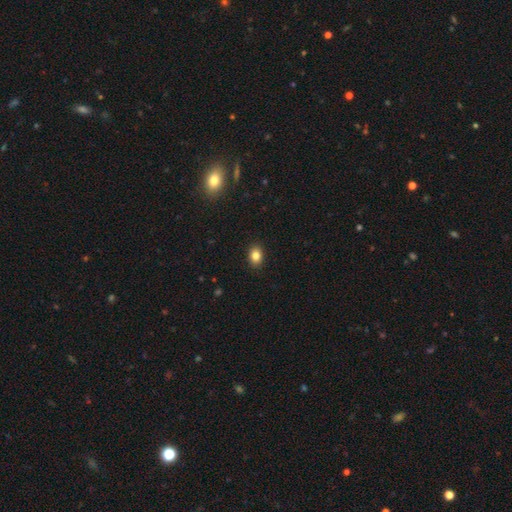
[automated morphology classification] Smooth or featured? Predicted: smooth (p=0.84). How rounded? Predicted: in between (p=0.68). Merging? Predicted: none (p=0.90).